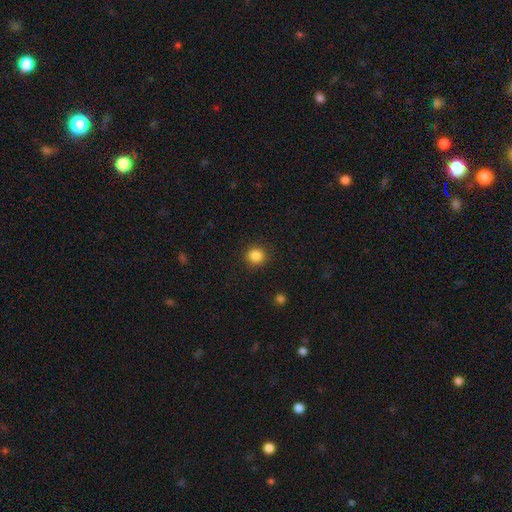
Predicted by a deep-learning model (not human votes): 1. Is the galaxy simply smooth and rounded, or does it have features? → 85% smooth, 11% star or artifact, 3% featured or disk.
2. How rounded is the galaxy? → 92% round, 8% in between, 1% cigar-shaped.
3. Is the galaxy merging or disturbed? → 90% none, 6% minor disturbance, 2% major disturbance, 1% merger.